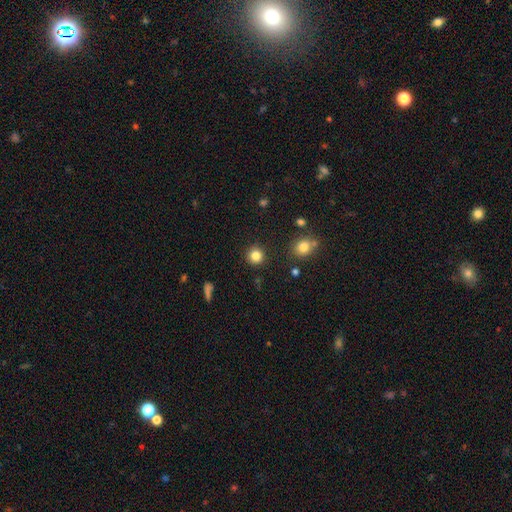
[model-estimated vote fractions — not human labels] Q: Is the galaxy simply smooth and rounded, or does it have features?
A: smooth — 84%.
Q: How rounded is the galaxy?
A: round — 93%.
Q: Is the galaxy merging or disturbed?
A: none — 90%.